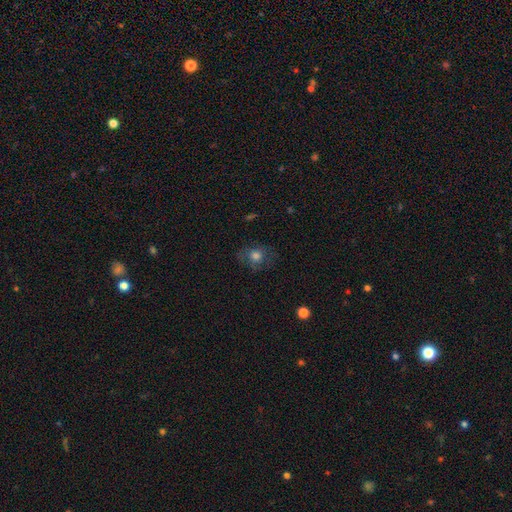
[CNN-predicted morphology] smooth_or_featured: smooth (p=0.67) [alt: featured or disk p=0.20]
how_rounded: round (p=0.67) [alt: in between p=0.32]
merging: none (p=0.64) [alt: minor disturbance p=0.20]